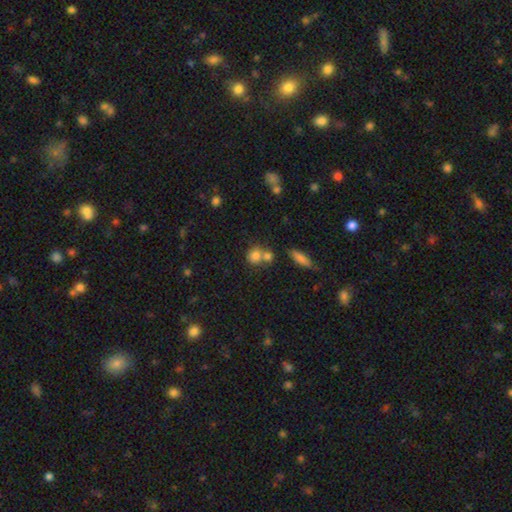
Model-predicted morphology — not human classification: Smooth or featured? smooth (77%)
How rounded? round (75%)
Merging? none (44%)